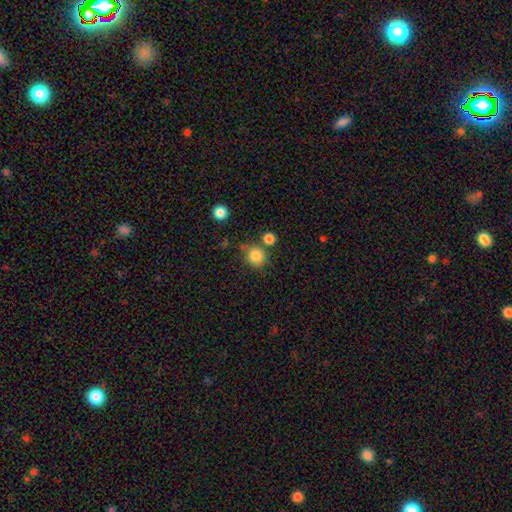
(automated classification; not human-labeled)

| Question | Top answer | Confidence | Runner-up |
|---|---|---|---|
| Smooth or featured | smooth | 84% | star or artifact (11%) |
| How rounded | round | 88% | in between (11%) |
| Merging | none | 69% | merger (14%) |